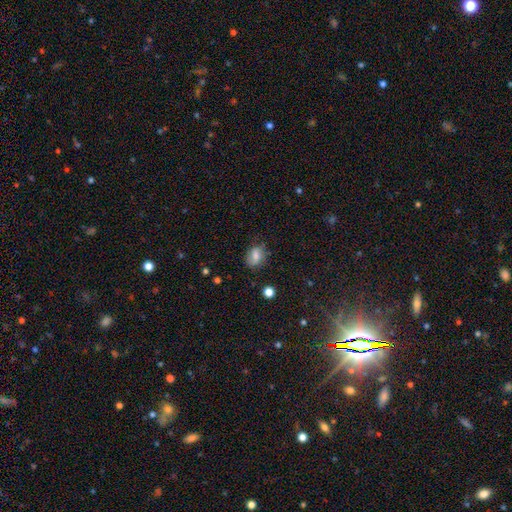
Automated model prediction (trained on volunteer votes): Smooth or featured? Predicted: smooth (p=0.72). How rounded? Predicted: in between (p=0.62). Merging? Predicted: none (p=0.70).